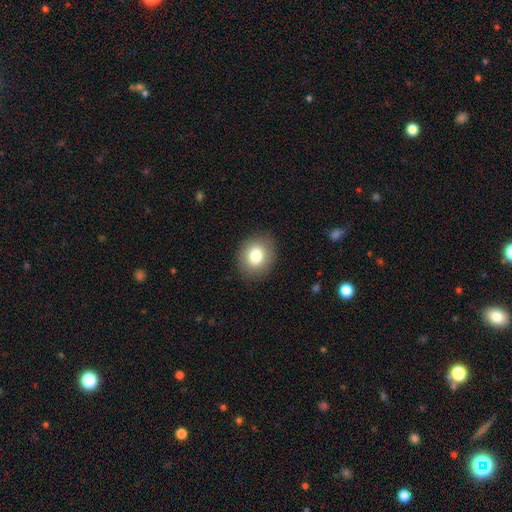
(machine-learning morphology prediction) Smooth or featured: smooth — 80% (featured or disk — 11%)
How rounded: round — 58% (in between — 41%)
Merging: none — 88% (minor disturbance — 9%)